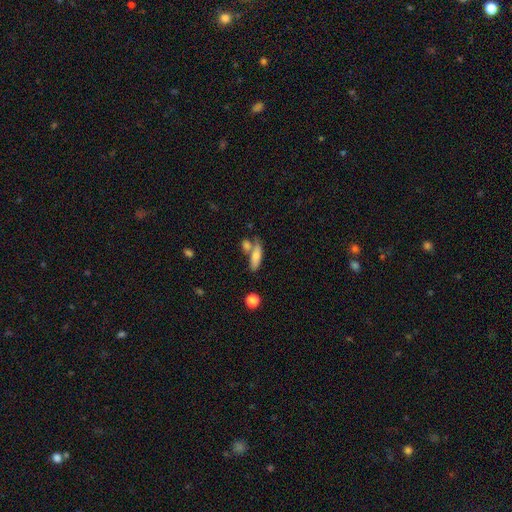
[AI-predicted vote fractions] Morphology: type=smooth (74%); roundness=cigar-shaped (50%); merging=none (51%).